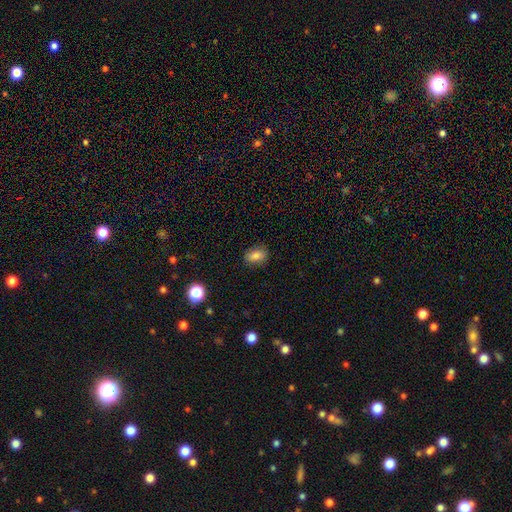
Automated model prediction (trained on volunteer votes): Q: Smooth or featured?
A: smooth (82%); runner-up: star or artifact (10%)
Q: How rounded?
A: in between (79%); runner-up: round (19%)
Q: Merging?
A: none (83%); runner-up: minor disturbance (13%)